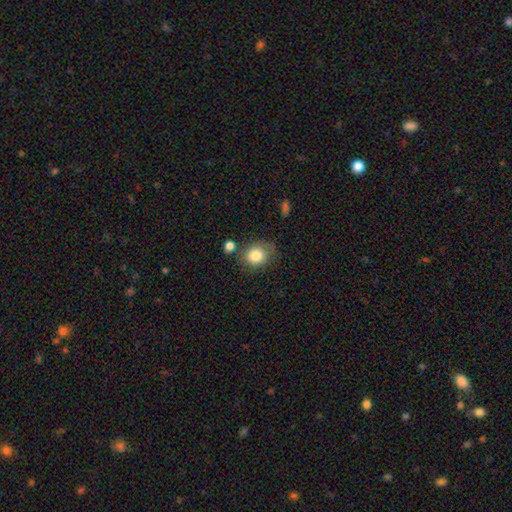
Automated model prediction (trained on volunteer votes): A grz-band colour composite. It shows a smooth galaxy with no disk features (83%) that is round (64%). Merging: none (66%).